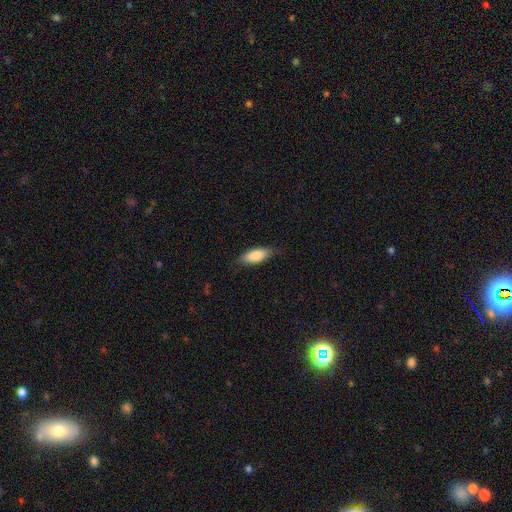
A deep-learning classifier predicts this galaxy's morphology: Q: Smooth or featured?
A: smooth (81%); runner-up: featured or disk (13%)
Q: How rounded?
A: in between (79%); runner-up: cigar-shaped (18%)
Q: Merging?
A: none (81%); runner-up: minor disturbance (15%)